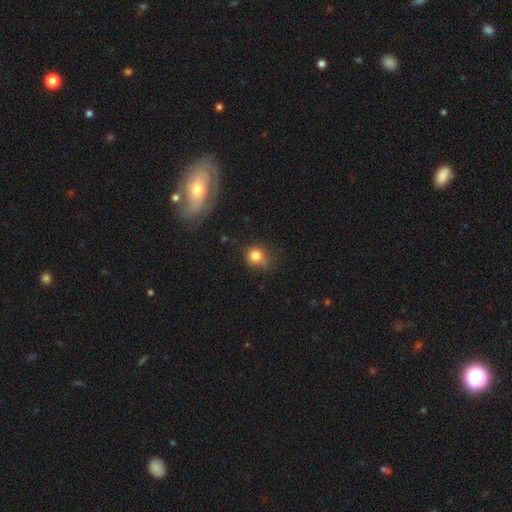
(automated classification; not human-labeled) A smooth galaxy with no disk features (79%) that is round (78%).

Vote fractions:
- Smooth or featured? smooth: 79% / star or artifact: 12% / featured or disk: 10%
- How rounded? round: 78% / in between: 21% / cigar-shaped: 1%
- Merging? none: 55% / minor disturbance: 28% / major disturbance: 13% / merger: 4%